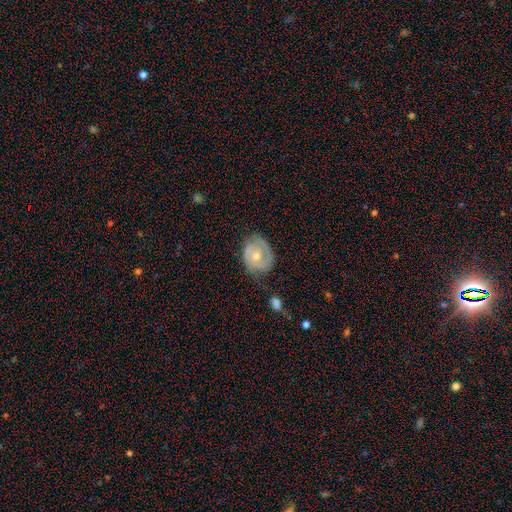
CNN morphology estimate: Smooth or featured? featured or disk (69%)
Edge-on disk? no (97%)
Bar? no (72%)
Spiral arms? yes (81%)
Spiral winding? tight (56%)
Spiral arm count? 2 (56%)
Bulge size? moderate (63%)
Merging? none (58%)